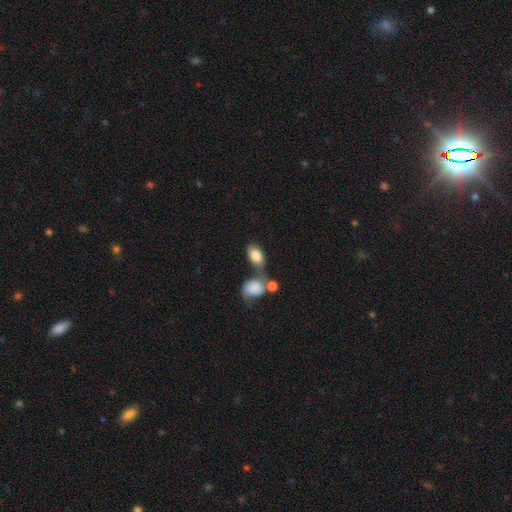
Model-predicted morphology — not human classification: The model was most divided on "merging": none: 39%, merger: 38%, minor disturbance: 15%, major disturbance: 8%. More confident: how rounded — in between (90%); smooth or featured — smooth (82%).